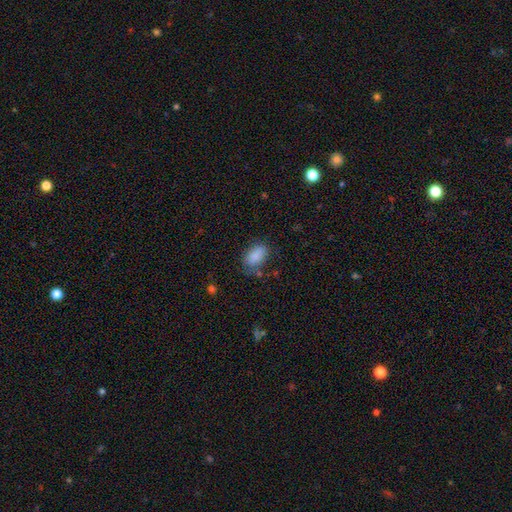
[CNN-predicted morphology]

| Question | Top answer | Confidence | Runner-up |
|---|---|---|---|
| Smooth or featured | smooth | 87% | star or artifact (8%) |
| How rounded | in between | 91% | round (7%) |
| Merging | none | 71% | minor disturbance (20%) |